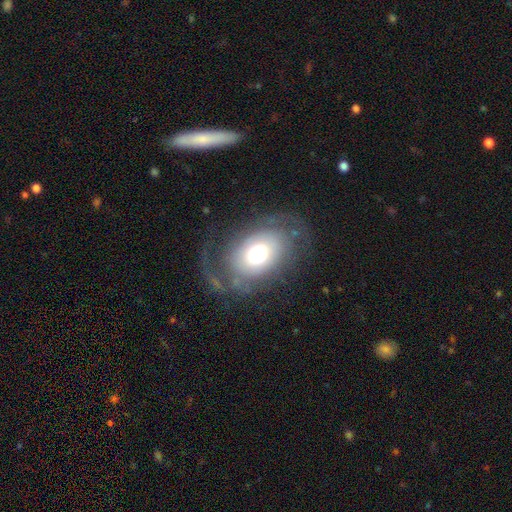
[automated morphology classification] This is likely a featured or disk galaxy (64%). It is clearly not viewed edge-on (95%). Bar: clearly no (80%). Spiral arm pattern: likely yes (76%). Central bulge: marginally large (44%). Merging: likely none (62%).